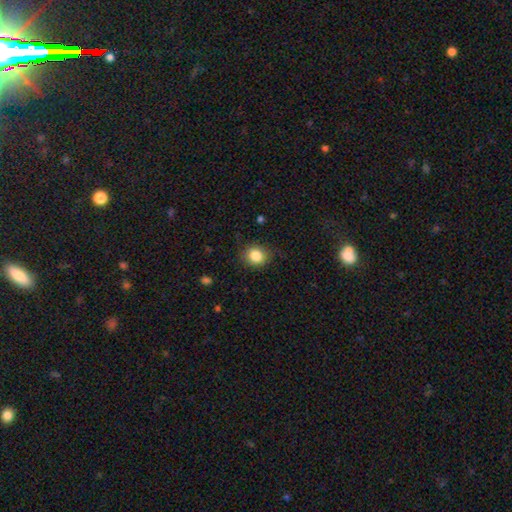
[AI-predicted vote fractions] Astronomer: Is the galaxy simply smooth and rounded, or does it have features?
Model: smooth — 85%.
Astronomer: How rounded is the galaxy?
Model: round — 72%.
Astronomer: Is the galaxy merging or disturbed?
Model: none — 81%.